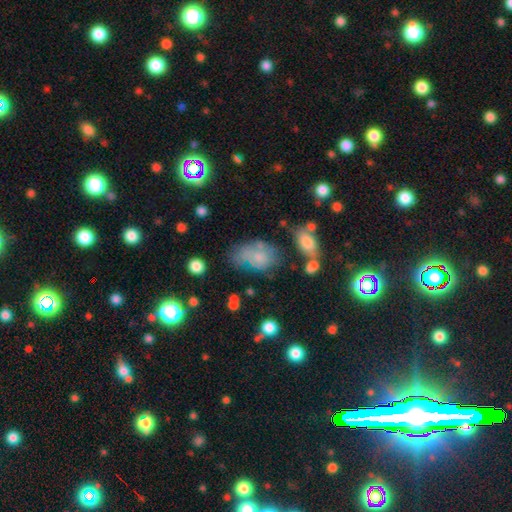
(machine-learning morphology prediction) smooth_or_featured: smooth (p=0.61) [alt: featured or disk p=0.23]
how_rounded: in between (p=0.84) [alt: round p=0.14]
merging: none (p=0.37) [alt: minor disturbance p=0.31]